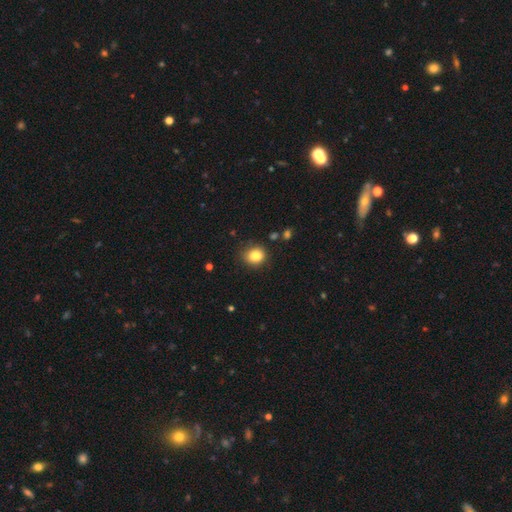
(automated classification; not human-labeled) smooth-or-featured: smooth: 84% | star or artifact: 11% | featured or disk: 6%
  how-rounded: round: 70% | in between: 29% | cigar-shaped: 1%
  merging: none: 82% | minor disturbance: 13% | major disturbance: 3% | merger: 2%